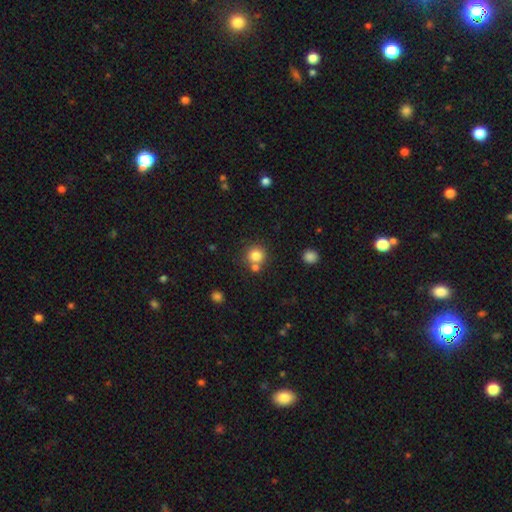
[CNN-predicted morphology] This appears to be a smooth galaxy with no disk features (81%) that is round (91%). Merging: none (65%).